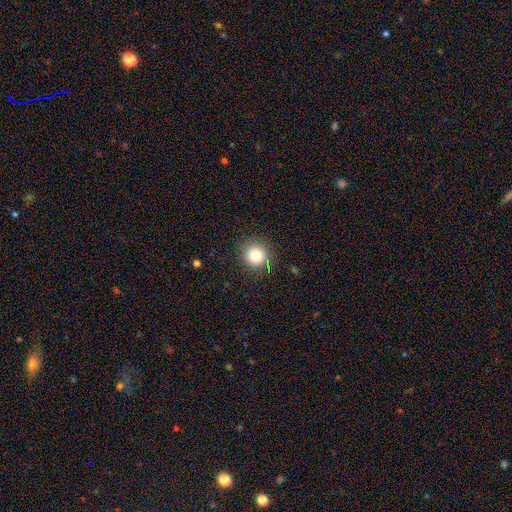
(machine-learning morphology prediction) Smooth or featured? Predicted: smooth (p=0.81). How rounded? Predicted: round (p=0.91). Merging? Predicted: none (p=0.87).